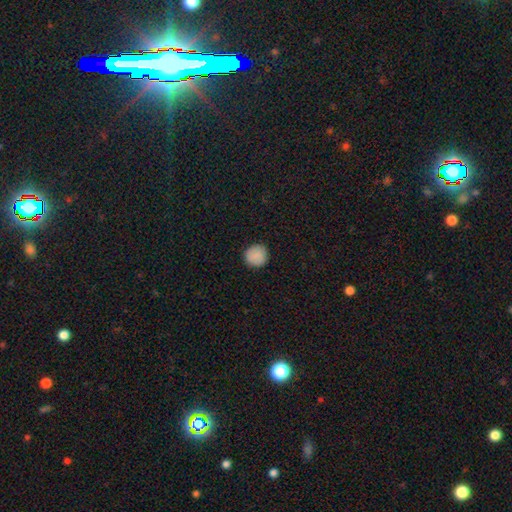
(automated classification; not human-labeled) Smooth or featured? smooth (88%)
How rounded? round (94%)
Merging? none (91%)